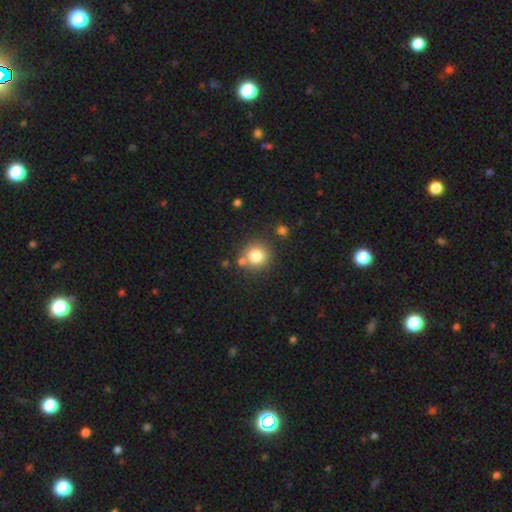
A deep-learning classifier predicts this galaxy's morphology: This appears to be a smooth galaxy with no disk features (79%) that is round (92%). Merging: none (77%).